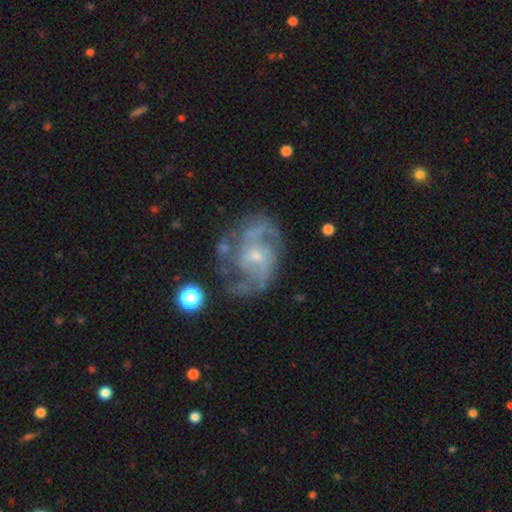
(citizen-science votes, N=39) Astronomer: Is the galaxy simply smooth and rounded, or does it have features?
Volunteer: featured or disk — 87%.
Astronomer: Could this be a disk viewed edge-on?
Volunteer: no — 100%.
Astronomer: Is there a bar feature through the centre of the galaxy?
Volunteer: no — 53% (runner-up: weak, 38%).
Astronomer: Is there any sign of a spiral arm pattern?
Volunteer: yes — 85%.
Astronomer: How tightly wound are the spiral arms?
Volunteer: medium — 52% (runner-up: loose, 34%).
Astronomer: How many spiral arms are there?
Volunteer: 2 — 72%.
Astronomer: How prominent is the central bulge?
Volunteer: small — 74%.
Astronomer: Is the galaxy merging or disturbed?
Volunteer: none — 55%.